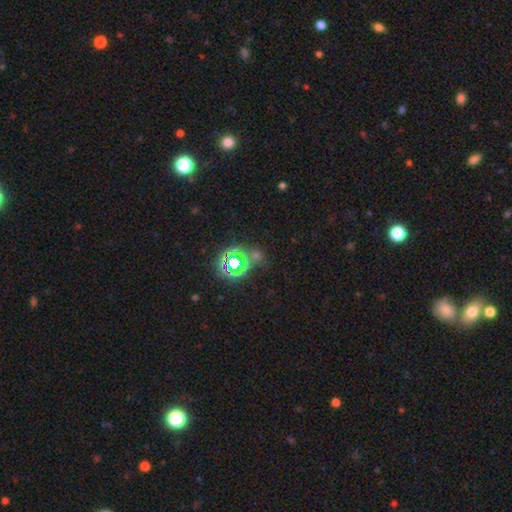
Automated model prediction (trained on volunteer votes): This is likely a star or artifact rather than a galaxy (69%).